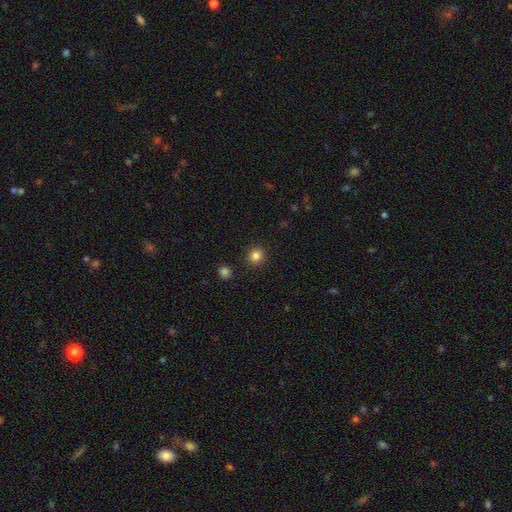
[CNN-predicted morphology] type=smooth (84%); roundness=round (91%); merging=none (91%).